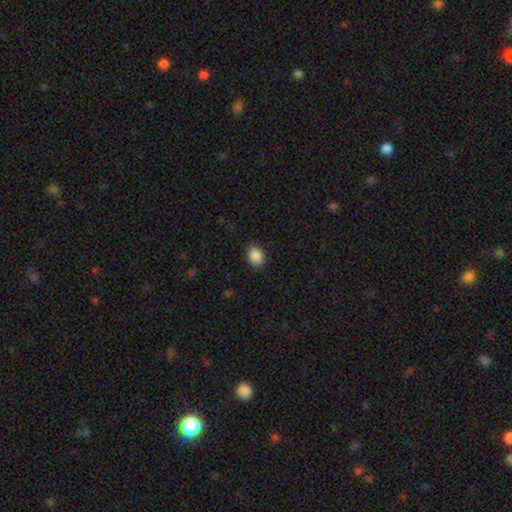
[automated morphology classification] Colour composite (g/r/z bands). It shows a smooth galaxy with no disk features (89%) that is in between round and cigar-shaped (72%). Merging: none (87%).